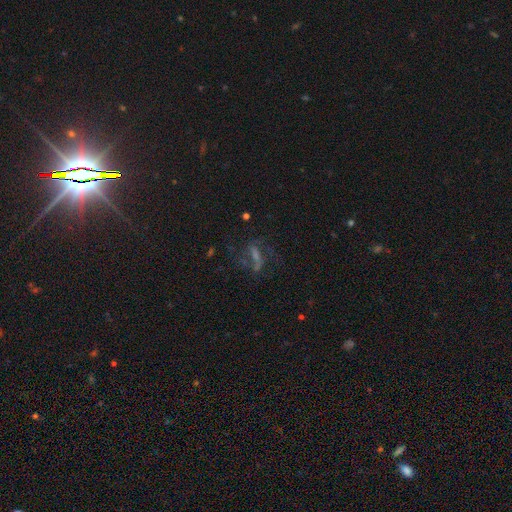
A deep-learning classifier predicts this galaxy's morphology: This appears to be a featured or disk galaxy (56%). Merging: none (59%).